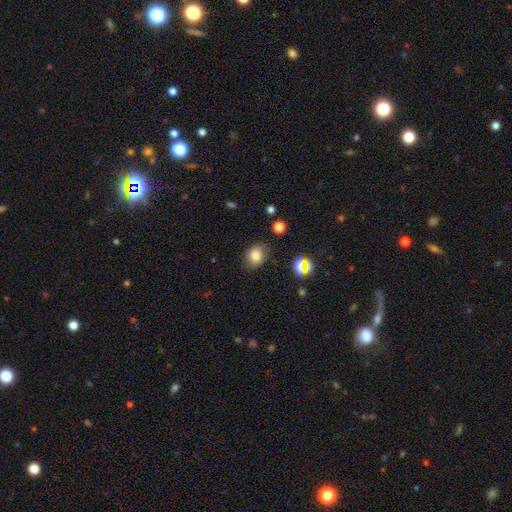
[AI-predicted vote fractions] A smooth galaxy with no disk features (78%) that is in between round and cigar-shaped (52%). Merging: none (80%).